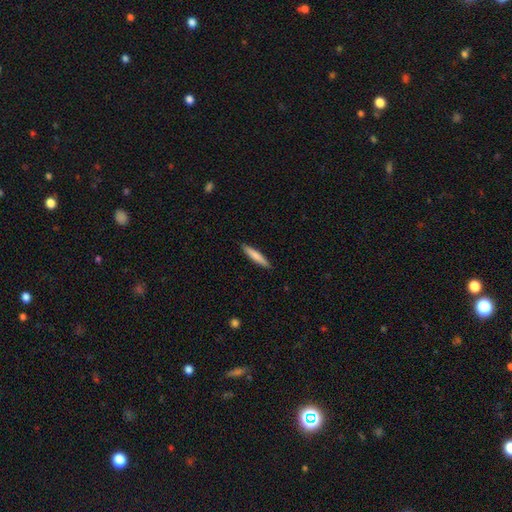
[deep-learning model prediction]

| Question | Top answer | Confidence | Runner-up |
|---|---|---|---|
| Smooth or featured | smooth | 75% | featured or disk (20%) |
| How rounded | cigar-shaped | 91% | in between (7%) |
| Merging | none | 91% | minor disturbance (7%) |